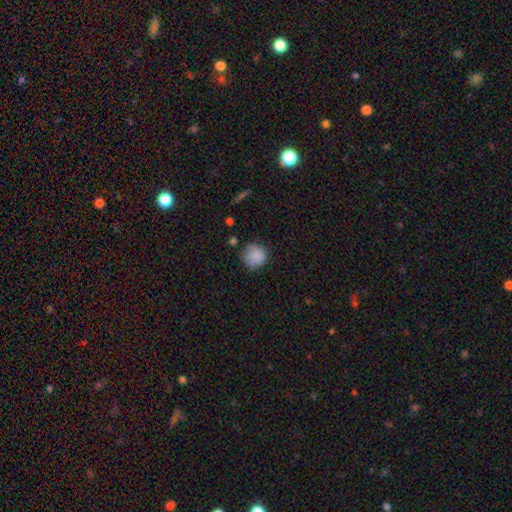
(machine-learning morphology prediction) A smooth galaxy with no disk features (87%) that is round (93%).

Vote fractions:
- Smooth or featured? smooth: 87% / star or artifact: 9% / featured or disk: 4%
- How rounded? round: 93% / in between: 6% / cigar-shaped: 1%
- Merging? none: 79% / minor disturbance: 16% / major disturbance: 3% / merger: 2%